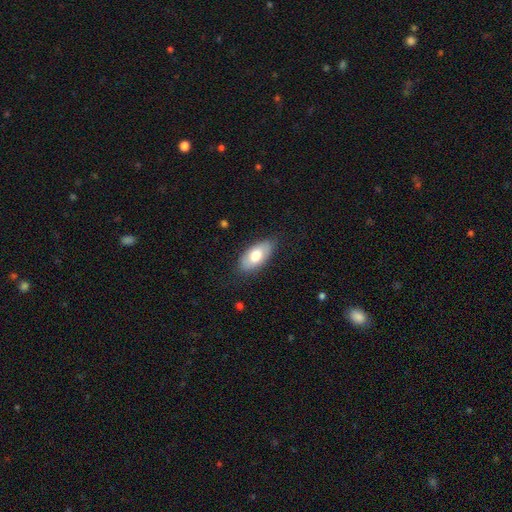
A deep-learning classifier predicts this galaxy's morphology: Q: Smooth or featured?
A: smooth (72%); runner-up: featured or disk (22%)
Q: How rounded?
A: in between (91%); runner-up: cigar-shaped (6%)
Q: Merging?
A: none (81%); runner-up: minor disturbance (15%)